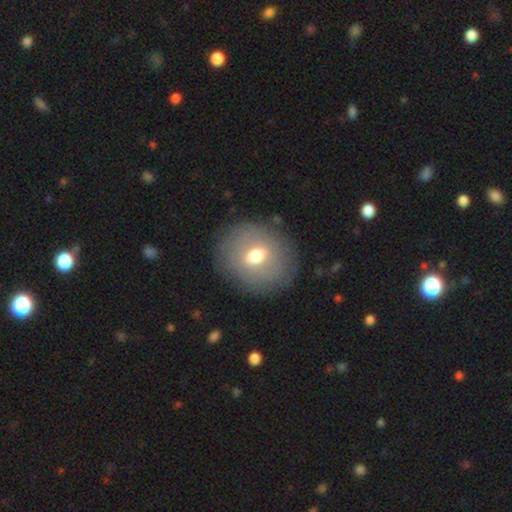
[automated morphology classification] smooth_or_featured: smooth (p=0.48) [alt: featured or disk p=0.43]
merging: none (p=0.82) [alt: minor disturbance p=0.11]